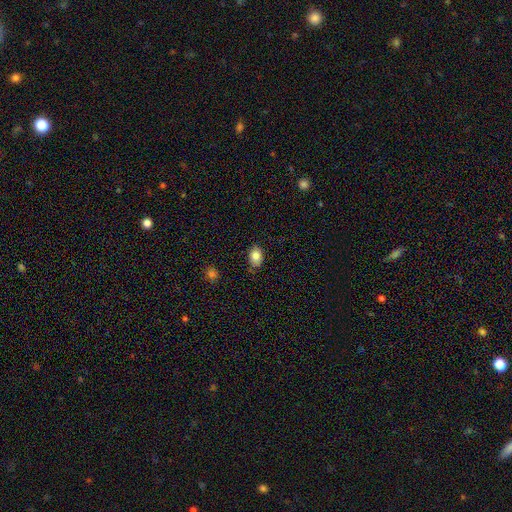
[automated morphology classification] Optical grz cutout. It shows a smooth galaxy with no disk features (82%) that is in between round and cigar-shaped (83%). Merging: none (76%).